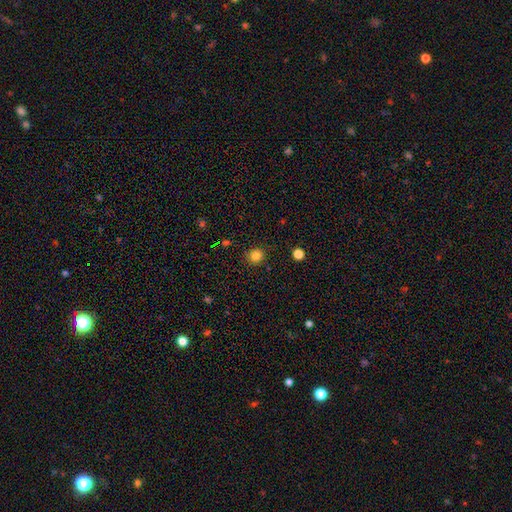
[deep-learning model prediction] Morphology: type=smooth (82%); roundness=round (87%); merging=none (89%).